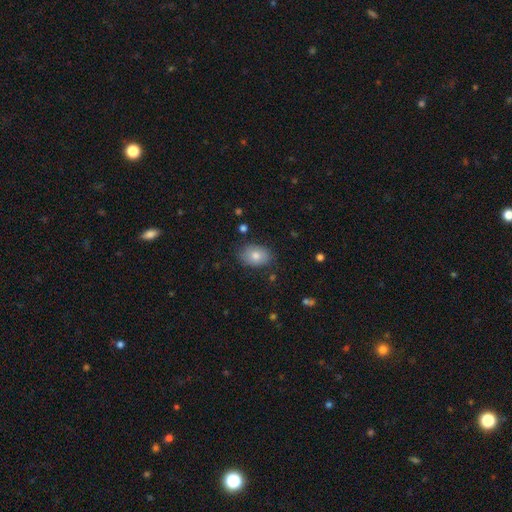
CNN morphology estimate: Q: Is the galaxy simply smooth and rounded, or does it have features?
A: smooth — 79%.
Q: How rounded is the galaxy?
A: in between — 81%.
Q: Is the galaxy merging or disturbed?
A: none — 80%.